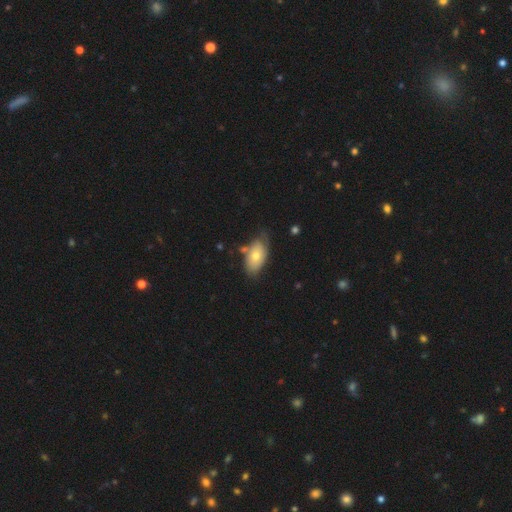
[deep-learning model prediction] smooth_or_featured: smooth (p=0.68) [alt: featured or disk p=0.25]
how_rounded: in between (p=0.92) [alt: round p=0.05]
merging: none (p=0.56) [alt: minor disturbance p=0.30]